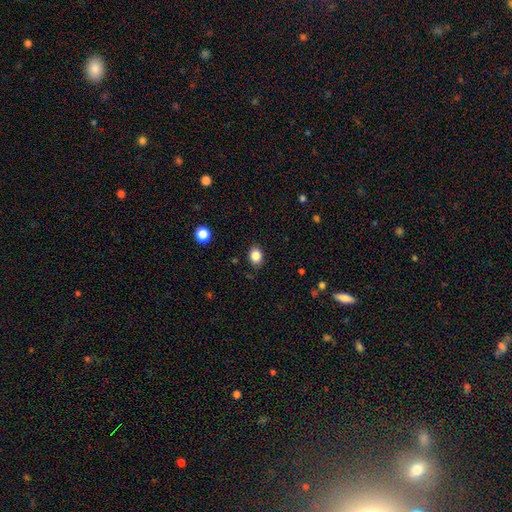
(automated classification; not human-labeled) smooth-or-featured: smooth: 85% | star or artifact: 10% | featured or disk: 5%
  how-rounded: in between: 56% | round: 43% | cigar-shaped: 1%
  merging: none: 83% | minor disturbance: 13% | major disturbance: 3% | merger: 1%